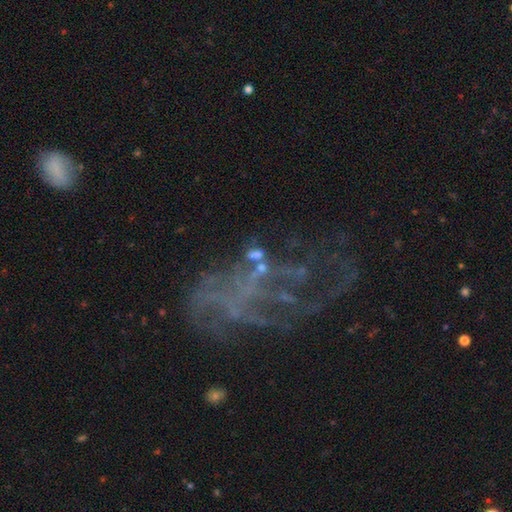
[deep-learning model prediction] featured or disk 59%, star or artifact 29%, smooth 12%. Down the decision tree: edge-on disk — no (96%); bar — no (76%); spiral arms — no (61%); bulge size — none (61%); merging — major disturbance (38%).